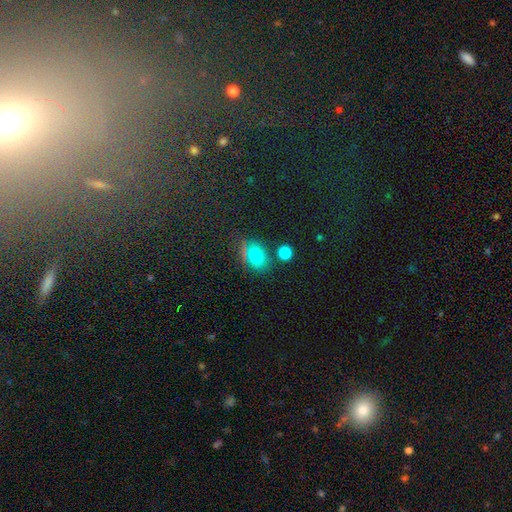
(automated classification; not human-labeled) smooth_or_featured: smooth (p=0.74) [alt: star or artifact p=0.17]
how_rounded: in between (p=0.61) [alt: round p=0.37]
merging: none (p=0.72) [alt: minor disturbance p=0.14]